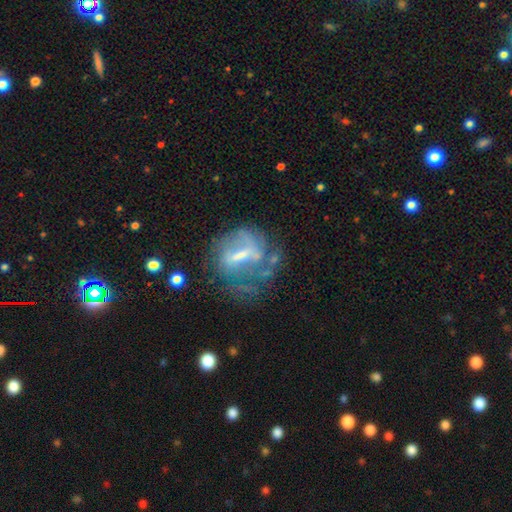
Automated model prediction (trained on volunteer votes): Smooth or featured? Predicted: featured or disk (p=0.68). Edge-on disk? Predicted: no (p=0.94). Bar? Predicted: strong (p=0.47). Spiral arms? Predicted: yes (p=0.60). Bulge size? Predicted: moderate (p=0.38). Merging? Predicted: none (p=0.46).